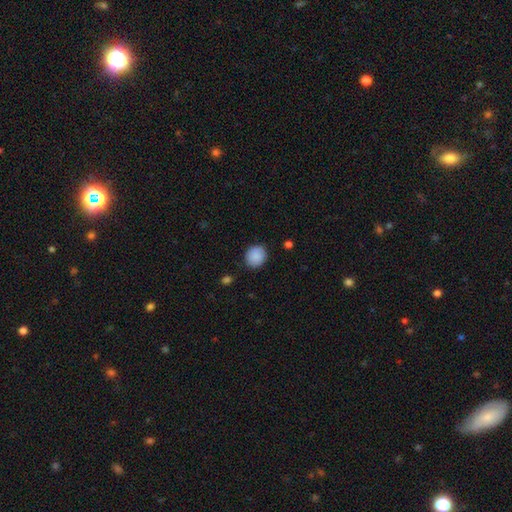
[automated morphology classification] type=smooth (89%); roundness=round (73%); merging=none (86%).